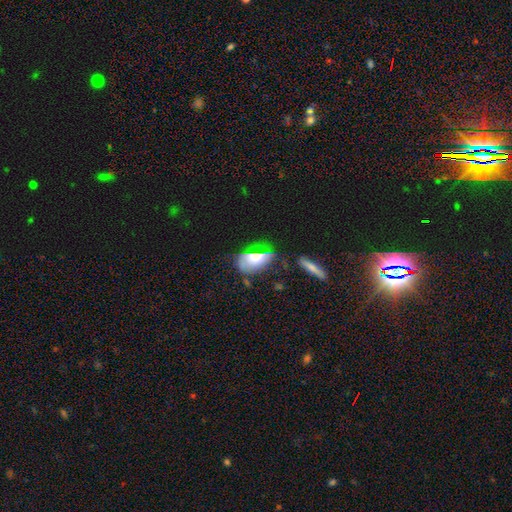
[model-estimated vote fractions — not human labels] smooth 55%, star or artifact 23%, featured or disk 22%. Down the decision tree: how rounded — in between (78%); merging — none (62%).